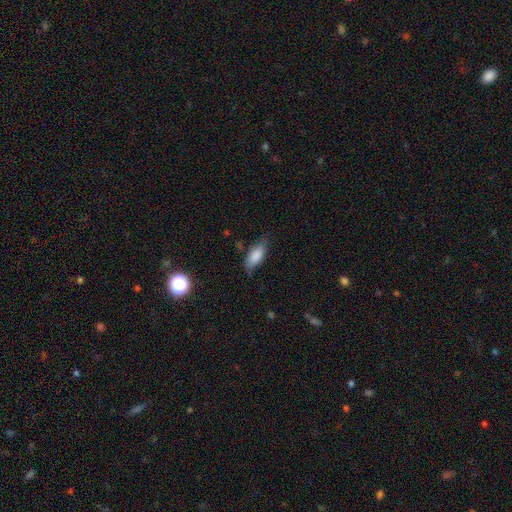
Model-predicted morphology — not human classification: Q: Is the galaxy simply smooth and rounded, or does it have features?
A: smooth — 82%.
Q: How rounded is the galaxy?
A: in between — 82%.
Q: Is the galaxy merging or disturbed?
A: none — 70%.